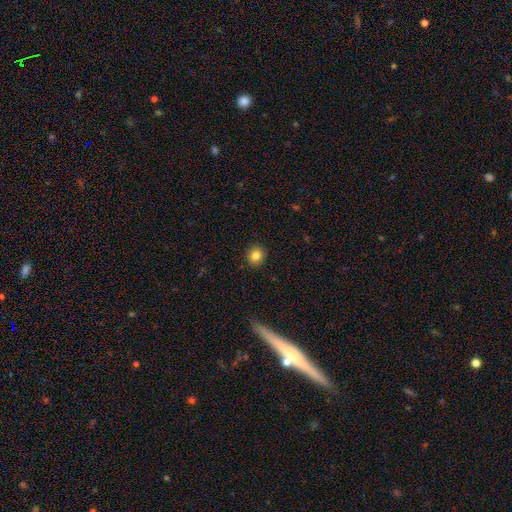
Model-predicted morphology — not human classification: smooth 82%, star or artifact 10%, featured or disk 8%. Down the decision tree: how rounded — round (90%); merging — none (90%).